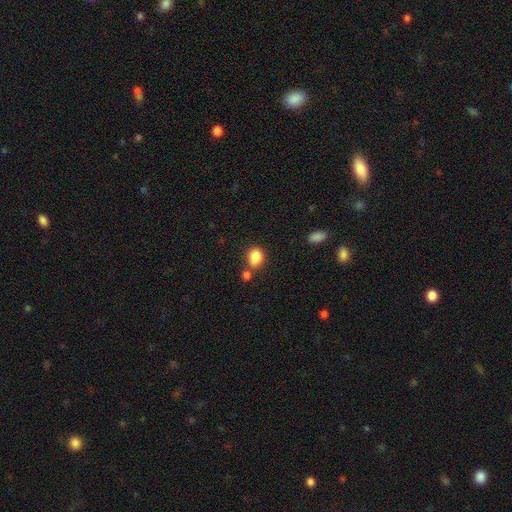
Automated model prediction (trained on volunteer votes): The model was most divided on "merging": none: 57%, merger: 25%, minor disturbance: 14%, major disturbance: 5%. More confident: smooth or featured — smooth (86%); how rounded — in between (72%).